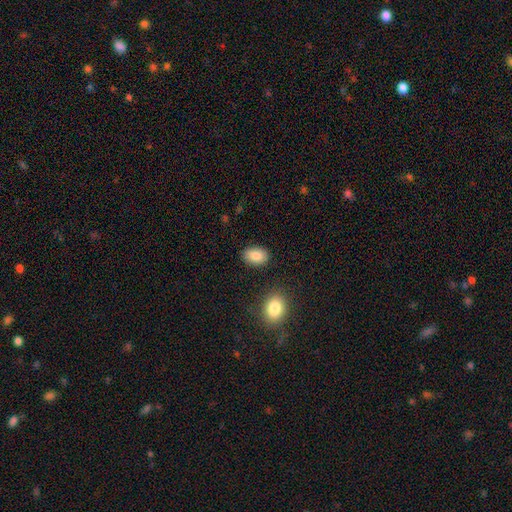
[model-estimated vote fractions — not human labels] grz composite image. It shows a smooth galaxy with no disk features (87%) that is in between round and cigar-shaped (86%). Merging: none (86%).